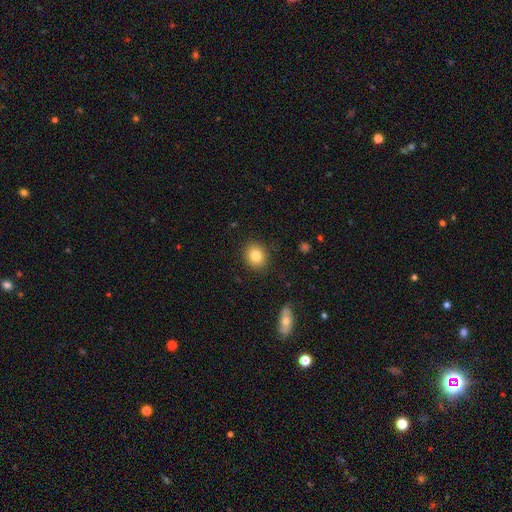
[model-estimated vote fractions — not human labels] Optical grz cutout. It shows a smooth galaxy with no disk features (83%) that is round (69%). Merging: none (89%).